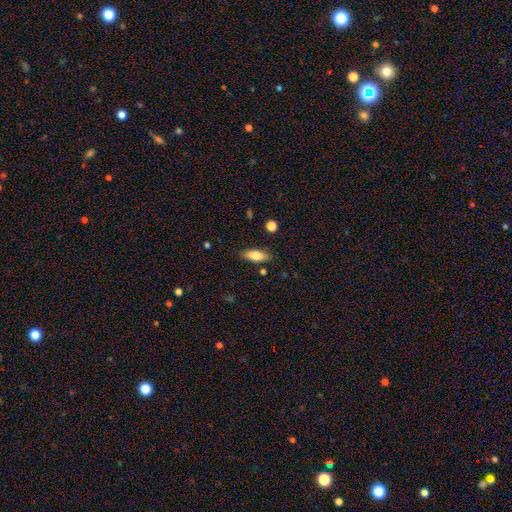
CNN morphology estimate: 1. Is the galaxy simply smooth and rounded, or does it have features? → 76% smooth, 17% featured or disk, 7% star or artifact.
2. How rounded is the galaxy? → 77% in between, 20% cigar-shaped, 3% round.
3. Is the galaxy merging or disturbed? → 83% none, 13% minor disturbance, 3% major disturbance, 2% merger.